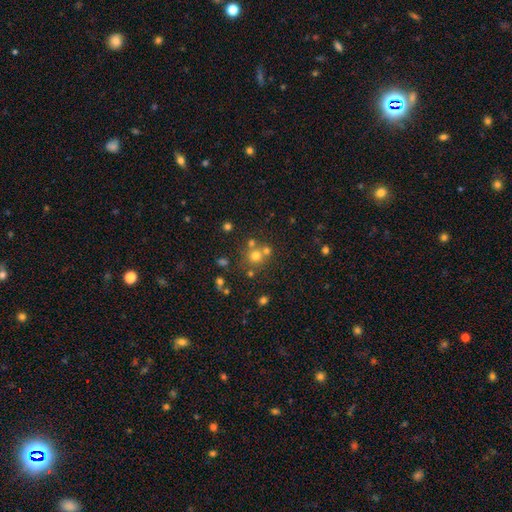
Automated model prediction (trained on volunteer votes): smooth 65%, star or artifact 22%, featured or disk 13%. Down the decision tree: how rounded — round (88%); merging — none (59%).